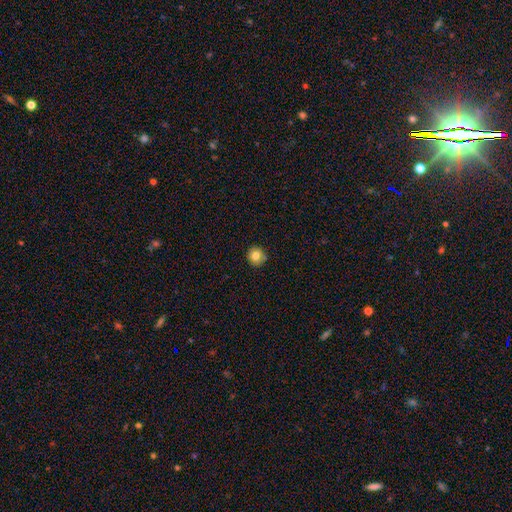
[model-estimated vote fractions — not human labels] Smooth or featured? Predicted: smooth (p=0.80). How rounded? Predicted: round (p=0.93). Merging? Predicted: none (p=0.88).